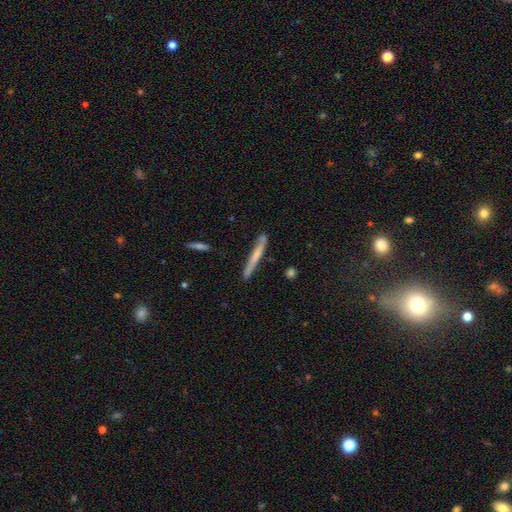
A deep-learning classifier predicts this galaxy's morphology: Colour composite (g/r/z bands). It shows a smooth galaxy with no disk features (52%) that is cigar-shaped (96%). Merging: none (81%).